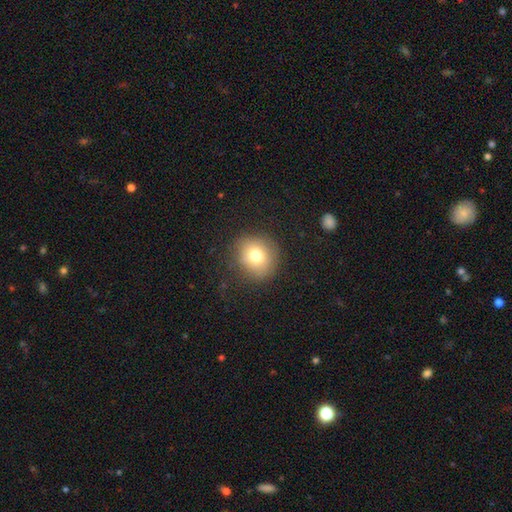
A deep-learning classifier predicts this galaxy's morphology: Smooth or featured: smooth — 76% (star or artifact — 12%)
How rounded: round — 87% (in between — 12%)
Merging: none — 85% (minor disturbance — 10%)